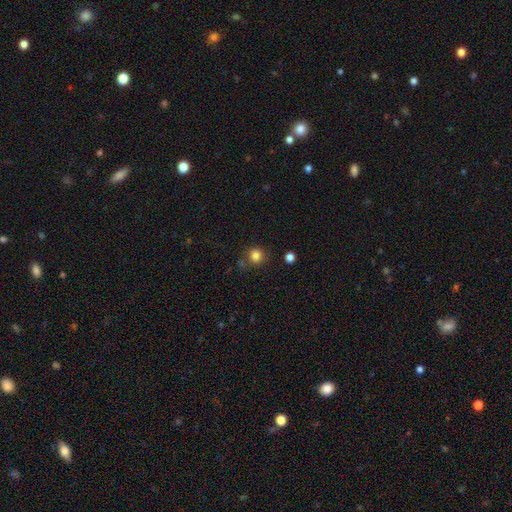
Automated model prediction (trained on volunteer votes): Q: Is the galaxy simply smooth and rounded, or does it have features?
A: smooth — 83%.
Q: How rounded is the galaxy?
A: round — 90%.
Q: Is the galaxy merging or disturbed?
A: none — 79%.